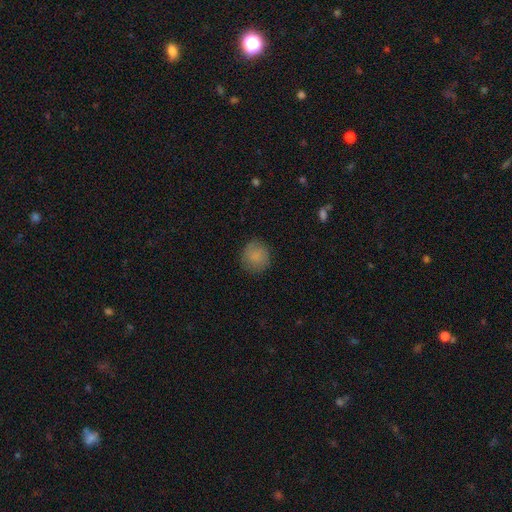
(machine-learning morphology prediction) Smooth or featured? Predicted: smooth (p=0.84). How rounded? Predicted: round (p=0.89). Merging? Predicted: none (p=0.83).